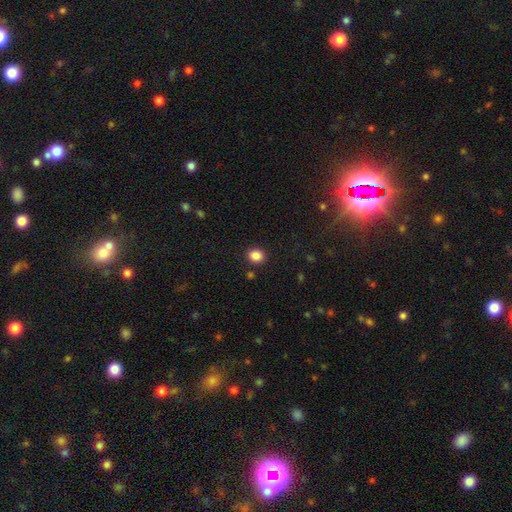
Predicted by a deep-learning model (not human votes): This is clearly a smooth galaxy (86%). How rounded: likely round (66%). Merging: clearly none (89%).